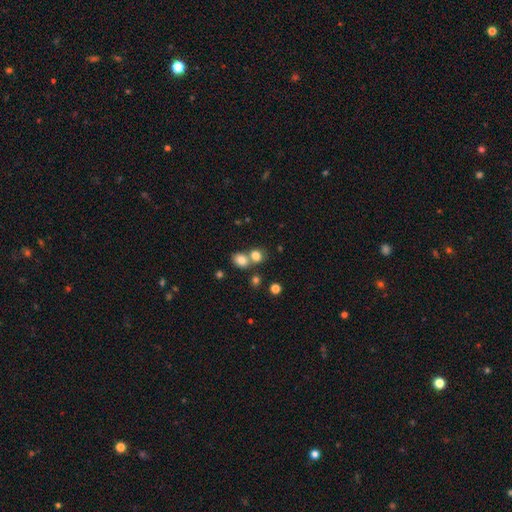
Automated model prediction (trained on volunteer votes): Morphology: type=smooth (79%); roundness=round (66%); merging=none (46%).